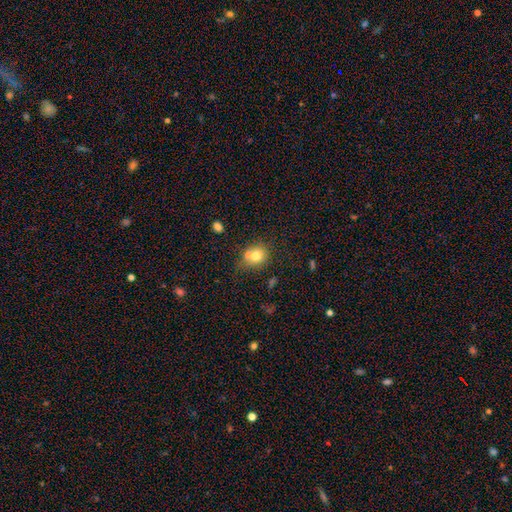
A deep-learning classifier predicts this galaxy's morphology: Smooth or featured? smooth (75%)
How rounded? round (68%)
Merging? none (49%)